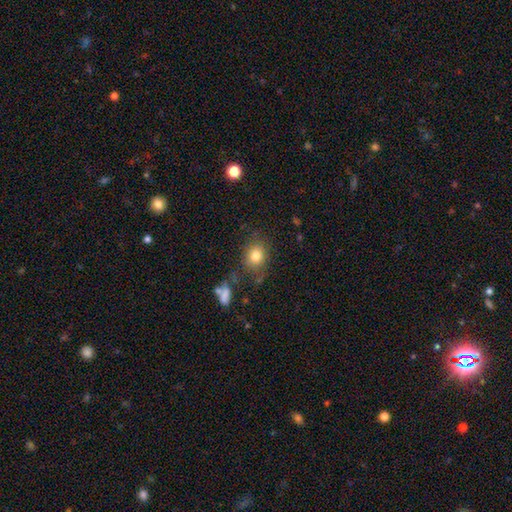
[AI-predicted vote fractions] Smooth or featured: smooth — 80% (star or artifact — 11%)
How rounded: round — 61% (in between — 38%)
Merging: none — 74% (minor disturbance — 15%)